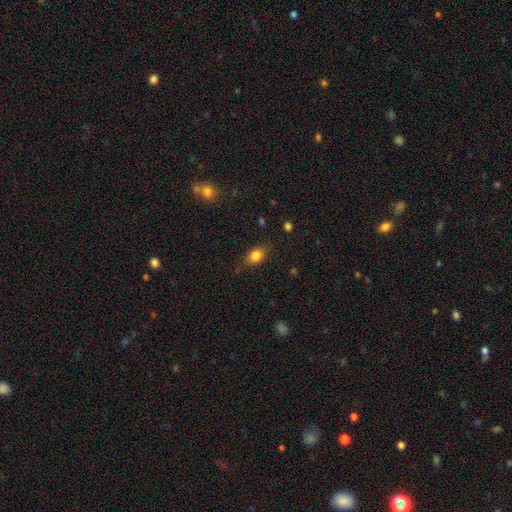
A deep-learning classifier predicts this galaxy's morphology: Smooth or featured: smooth — 83% (star or artifact — 10%)
How rounded: in between — 70% (round — 28%)
Merging: none — 79% (minor disturbance — 16%)